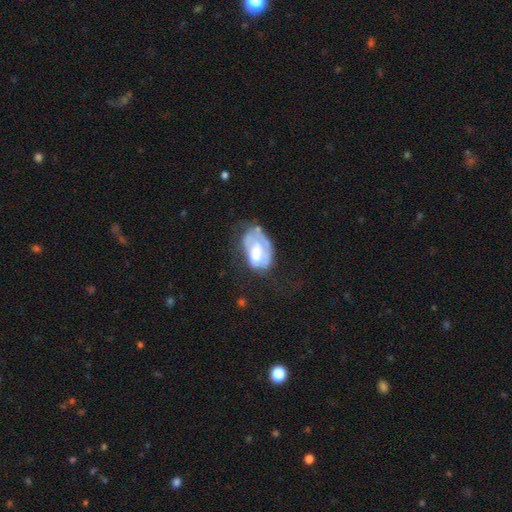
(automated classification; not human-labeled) Smooth or featured?
  - featured or disk: 54% *
  - smooth: 38%
  - star or artifact: 8%
Edge-on disk?
  - no: 96% *
  - yes: 4%
Bar?
  - no: 60% *
  - weak: 28%
  - strong: 12%
Spiral arms?
  - no: 69% *
  - yes: 31%
Bulge size?
  - moderate: 46% *
  - small: 20%
  - large: 19%
  - none: 13%
  - dominant: 2%
Merging?
  - major disturbance: 34% *
  - none: 31%
  - minor disturbance: 27%
  - merger: 8%